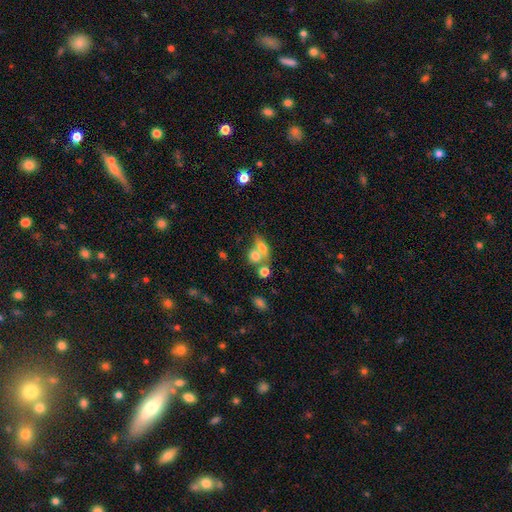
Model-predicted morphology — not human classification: A smooth galaxy with no disk features (68%) that is in between round and cigar-shaped (47%).

Vote fractions:
- Smooth or featured? smooth: 68% / featured or disk: 20% / star or artifact: 12%
- How rounded? in between: 47% / round: 46% / cigar-shaped: 6%
- Merging? merger: 53% / none: 32% / minor disturbance: 9% / major disturbance: 6%